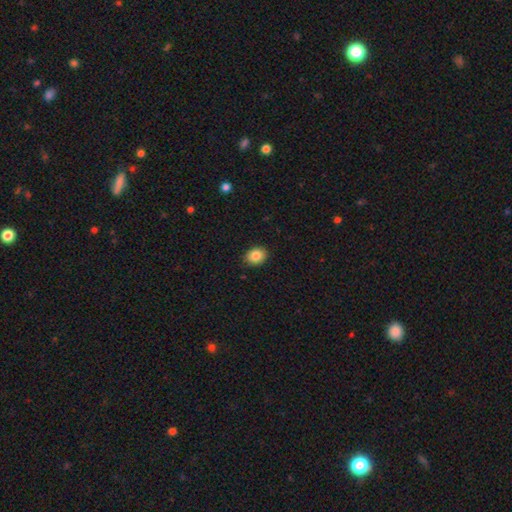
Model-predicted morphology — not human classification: A smooth galaxy with no disk features (85%) that is in between round and cigar-shaped (52%). Merging: none (87%).